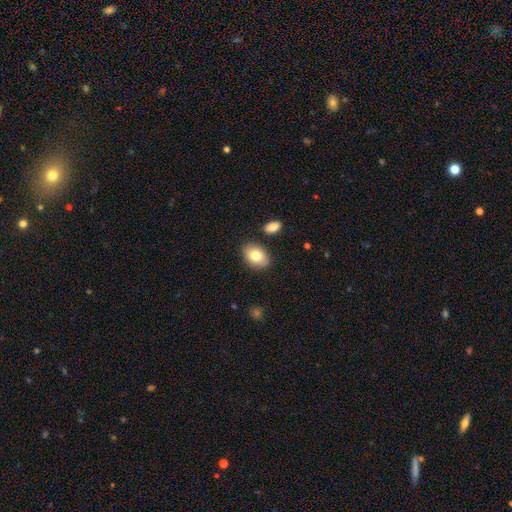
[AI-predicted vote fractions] Smooth or featured: smooth — 80% (featured or disk — 13%)
How rounded: in between — 84% (round — 15%)
Merging: none — 82% (minor disturbance — 11%)